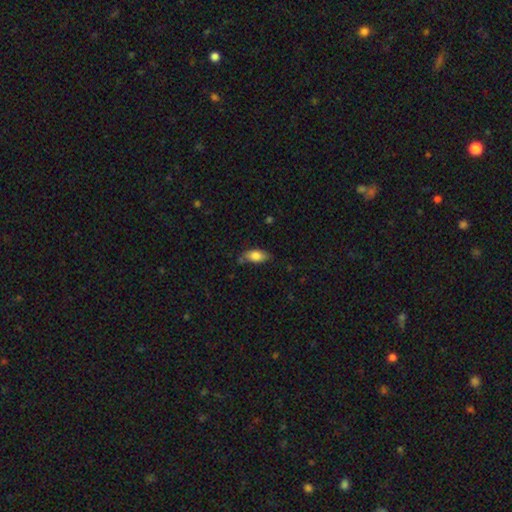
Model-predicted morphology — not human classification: This is likely a smooth galaxy (79%). How rounded: clearly in between (89%). Merging: likely none (65%).